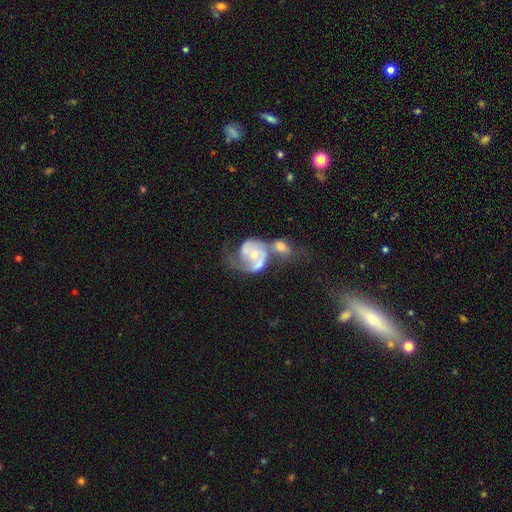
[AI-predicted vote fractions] Smooth or featured? featured or disk (82%)
Edge-on disk? no (98%)
Bar? no (70%)
Spiral arms? yes (91%)
Spiral winding? medium (42%)
Spiral arm count? 2 (58%)
Bulge size? moderate (52%)
Merging? merger (55%)